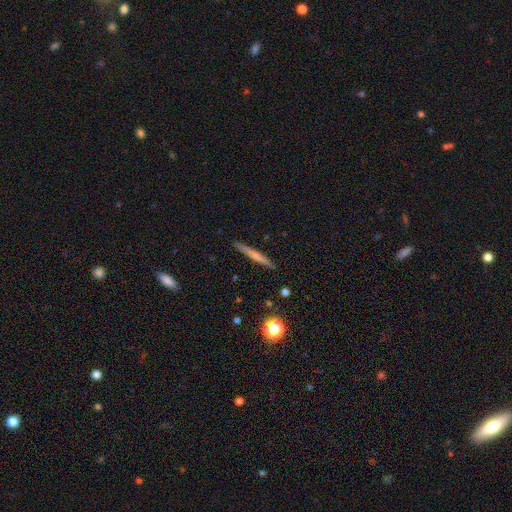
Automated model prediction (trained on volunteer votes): Smooth or featured? Predicted: smooth (p=0.50). How rounded? Predicted: cigar-shaped (p=0.95). Merging? Predicted: none (p=0.90).